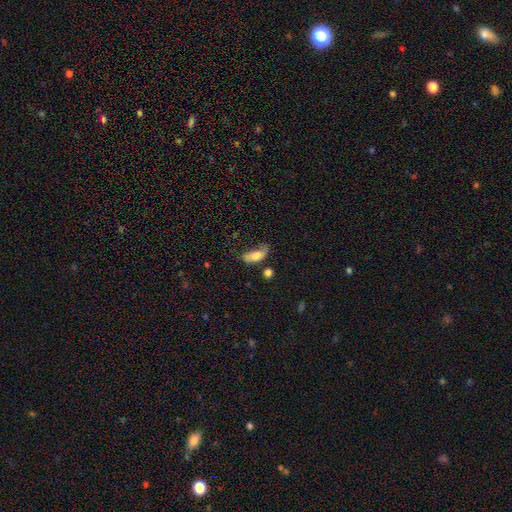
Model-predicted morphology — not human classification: This is likely a smooth galaxy (71%). How rounded: clearly in between (85%). Merging: marginally none (32%, tied with minor disturbance).